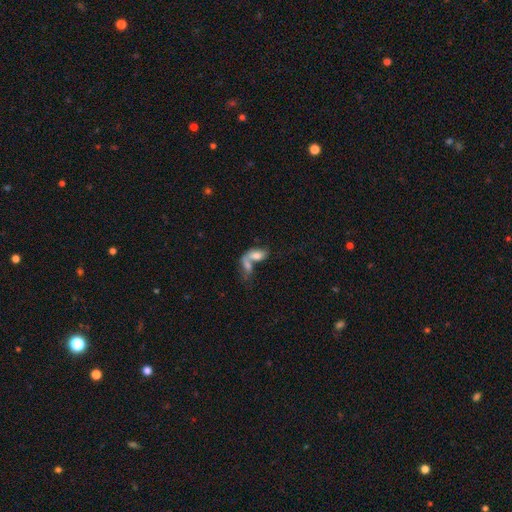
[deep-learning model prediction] Morphology: type=smooth (70%); roundness=in between (88%); merging=merger (72%).